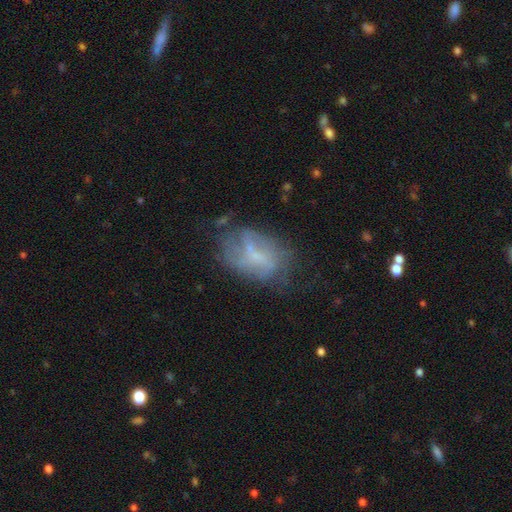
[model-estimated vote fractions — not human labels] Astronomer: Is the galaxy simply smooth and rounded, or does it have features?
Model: featured or disk — 57%.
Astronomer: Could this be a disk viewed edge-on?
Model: no — 95%.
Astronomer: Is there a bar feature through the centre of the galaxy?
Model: weak — 45% (runner-up: no, 39%).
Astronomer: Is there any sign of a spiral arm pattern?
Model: yes — 52% (runner-up: no, 48%).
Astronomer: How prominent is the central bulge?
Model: small — 43% (runner-up: none, 37%).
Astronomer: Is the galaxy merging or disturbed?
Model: none — 47% (runner-up: minor disturbance, 27%).